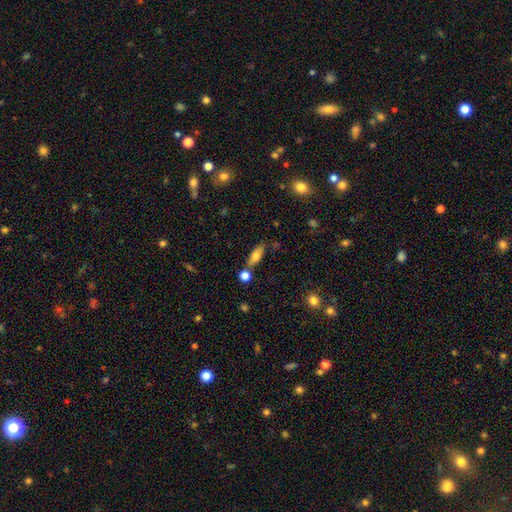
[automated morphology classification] Smooth or featured: smooth — 71% (featured or disk — 21%)
How rounded: in between — 62% (cigar-shaped — 34%)
Merging: none — 70% (minor disturbance — 14%)